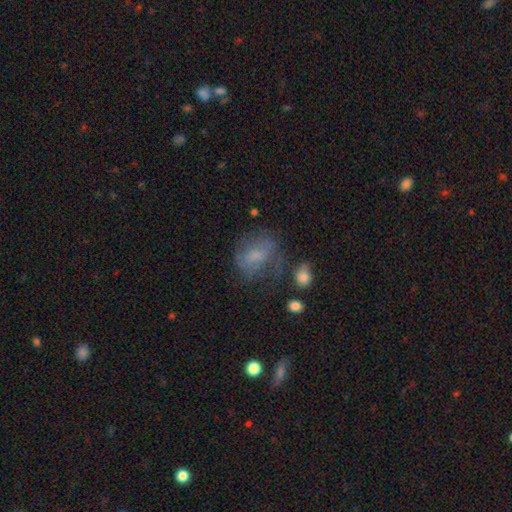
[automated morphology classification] The model was most divided on "smooth or featured": smooth: 55%, featured or disk: 33%, star or artifact: 12%. Remaining: how rounded — in between (65%); merging — none (48%).